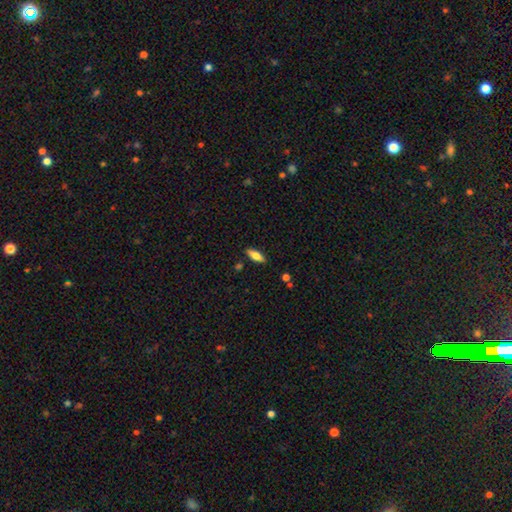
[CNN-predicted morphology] smooth_or_featured: smooth (p=0.66) [alt: featured or disk p=0.27]
how_rounded: in between (p=0.68) [alt: cigar-shaped p=0.29]
merging: none (p=0.87) [alt: minor disturbance p=0.09]